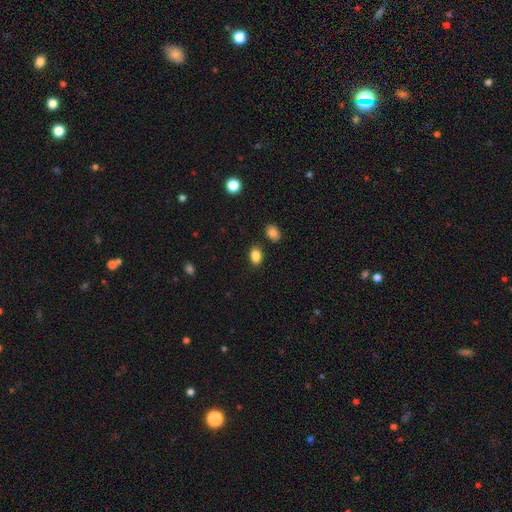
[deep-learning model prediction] A smooth galaxy with no disk features (86%) that is in between round and cigar-shaped (81%). Merging: none (83%).